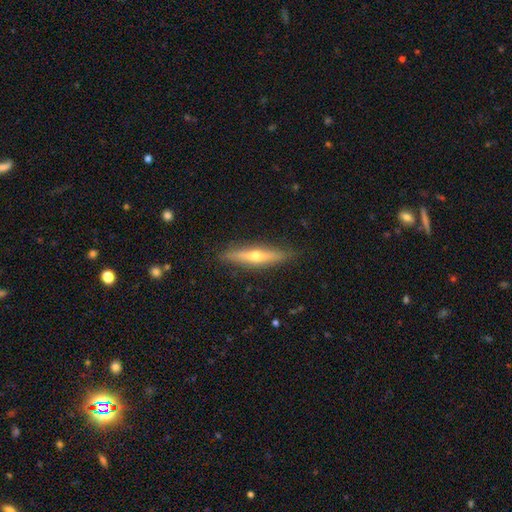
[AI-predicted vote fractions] Morphology: type=featured or disk (58%); edge-on=yes (91%); edge-on bulge=rounded (88%); merging=none (88%).